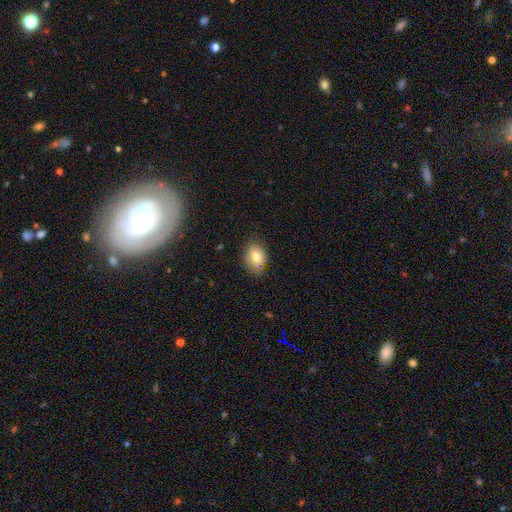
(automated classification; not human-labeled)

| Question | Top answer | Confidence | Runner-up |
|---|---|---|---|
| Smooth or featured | smooth | 77% | featured or disk (14%) |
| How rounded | in between | 73% | round (26%) |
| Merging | none | 77% | minor disturbance (18%) |